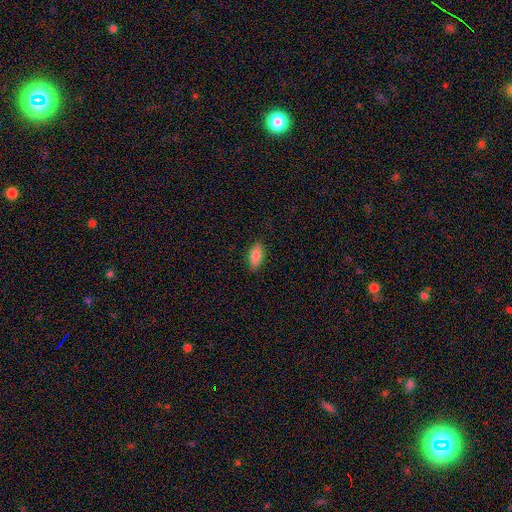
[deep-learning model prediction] smooth_or_featured: smooth (p=0.84) [alt: featured or disk p=0.09]
how_rounded: in between (p=0.86) [alt: cigar-shaped p=0.11]
merging: none (p=0.86) [alt: minor disturbance p=0.10]